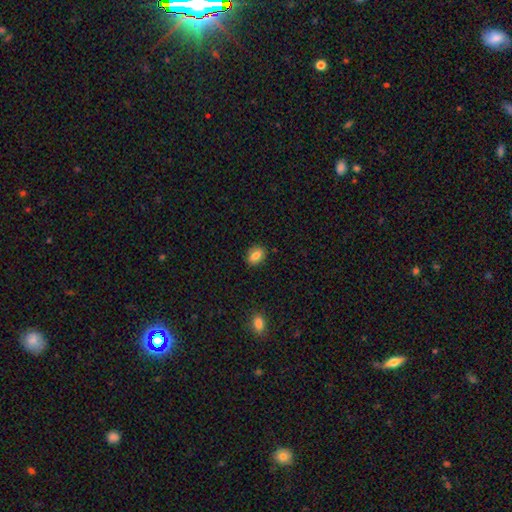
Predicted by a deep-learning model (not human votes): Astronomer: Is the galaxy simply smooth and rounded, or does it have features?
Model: smooth — 80%.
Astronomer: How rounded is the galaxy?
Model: in between — 73%.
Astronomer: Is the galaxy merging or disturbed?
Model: none — 87%.